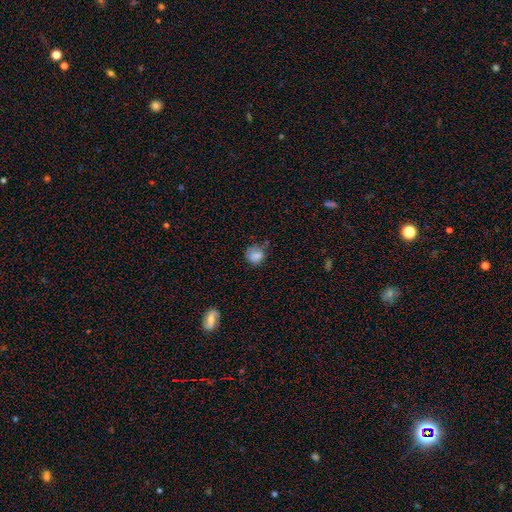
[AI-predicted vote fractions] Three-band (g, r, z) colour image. It shows a smooth galaxy with no disk features (81%) that is round (77%). Merging: none (59%).